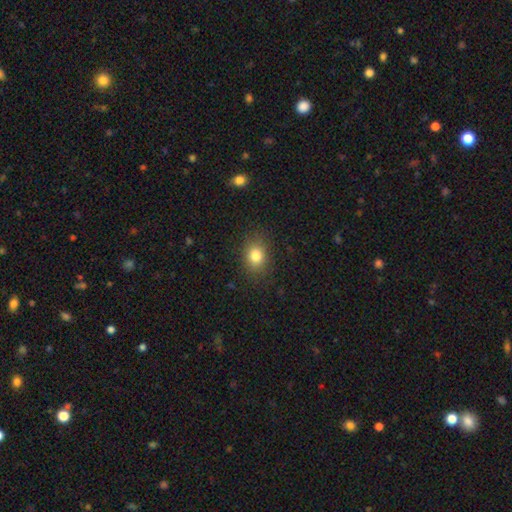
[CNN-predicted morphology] Smooth or featured? smooth (81%)
How rounded? in between (51%)
Merging? none (85%)